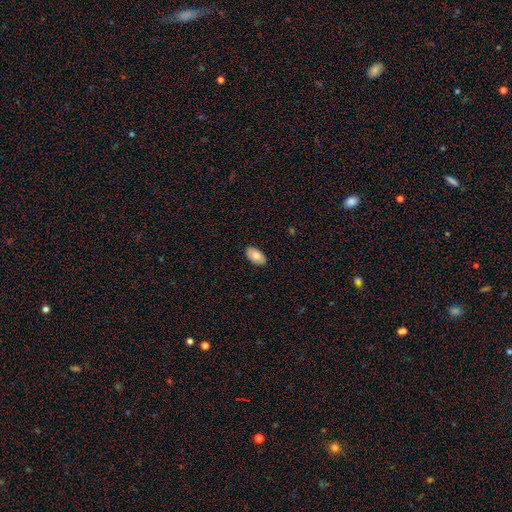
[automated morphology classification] This appears to be a smooth galaxy with no disk features (77%) that is in between round and cigar-shaped (94%). Merging: none (89%).